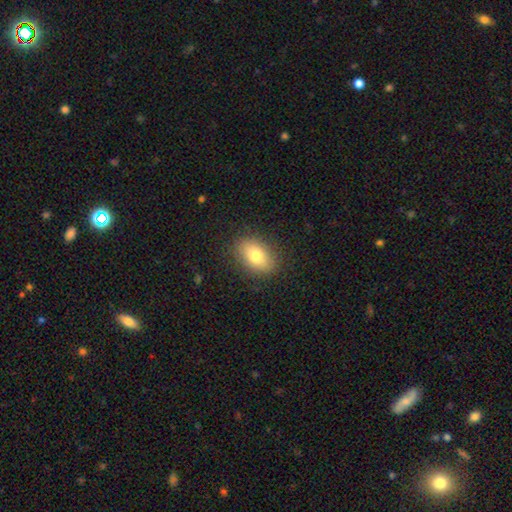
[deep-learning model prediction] Morphology: type=smooth (77%); roundness=in between (82%); merging=none (86%).